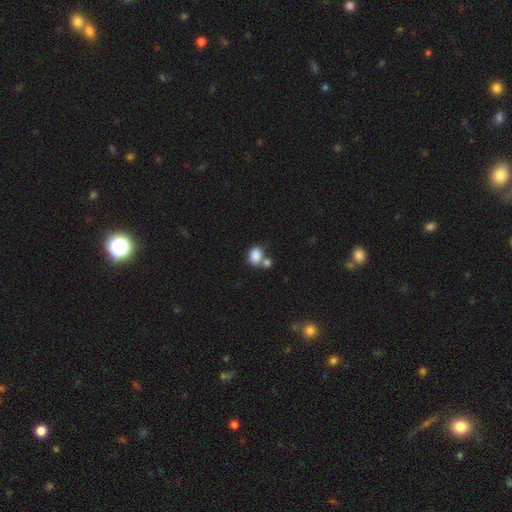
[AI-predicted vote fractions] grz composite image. It shows a smooth galaxy with no disk features (85%) that is in between round and cigar-shaped (61%). Merging: merger (43%).